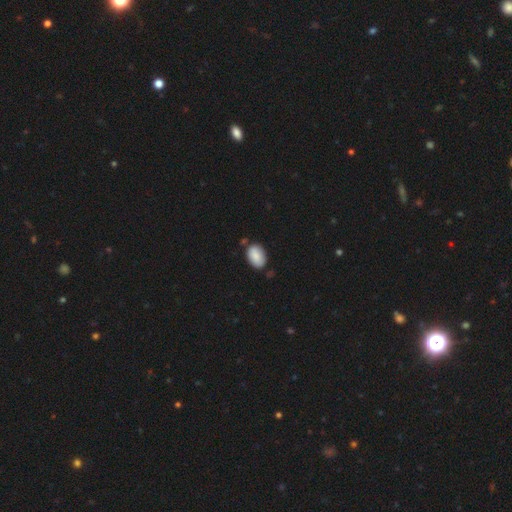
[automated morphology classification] A smooth galaxy with no disk features (87%) that is in between round and cigar-shaped (88%).

Vote fractions:
- Smooth or featured? smooth: 87% / star or artifact: 7% / featured or disk: 6%
- How rounded? in between: 88% / round: 11% / cigar-shaped: 1%
- Merging? none: 75% / minor disturbance: 18% / merger: 4% / major disturbance: 3%